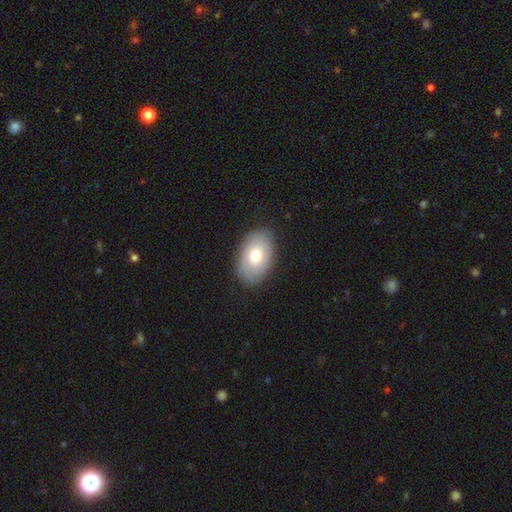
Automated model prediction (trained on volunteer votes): Morphology: type=smooth (73%); roundness=in between (90%); merging=none (85%).